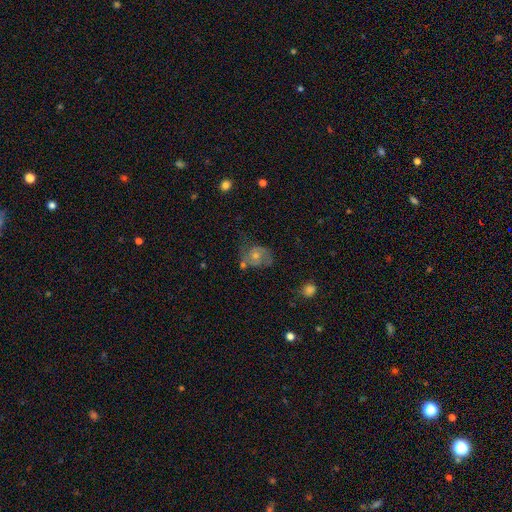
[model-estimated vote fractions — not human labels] Morphology: type=featured or disk (58%); edge-on=no (97%); bar=no (75%); spiral arms=yes (78%); bulge=moderate (51%); merging=none (44%).